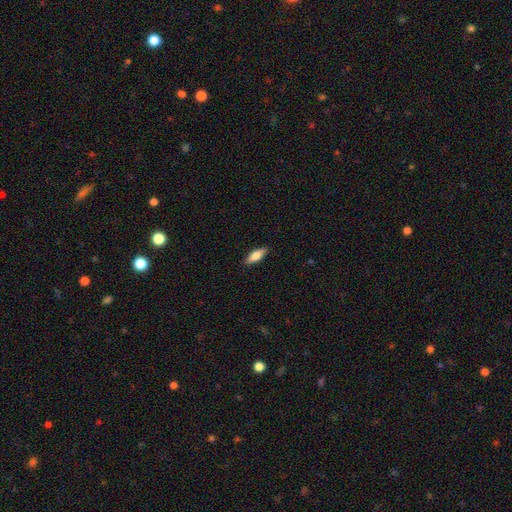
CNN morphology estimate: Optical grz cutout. It shows a smooth galaxy with no disk features (73%) that is in between round and cigar-shaped (64%). Merging: none (88%).